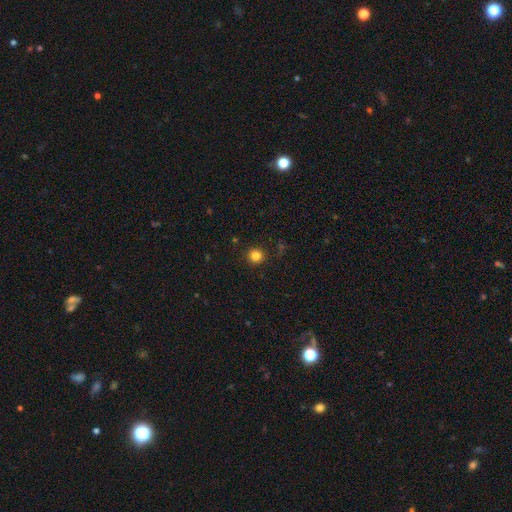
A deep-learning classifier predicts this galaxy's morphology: Smooth or featured? smooth (83%)
How rounded? round (94%)
Merging? none (92%)